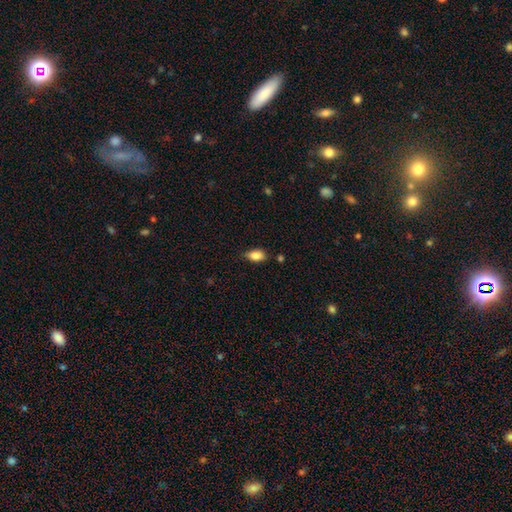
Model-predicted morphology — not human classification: A smooth galaxy with no disk features (85%) that is in between round and cigar-shaped (90%). Merging: none (76%).